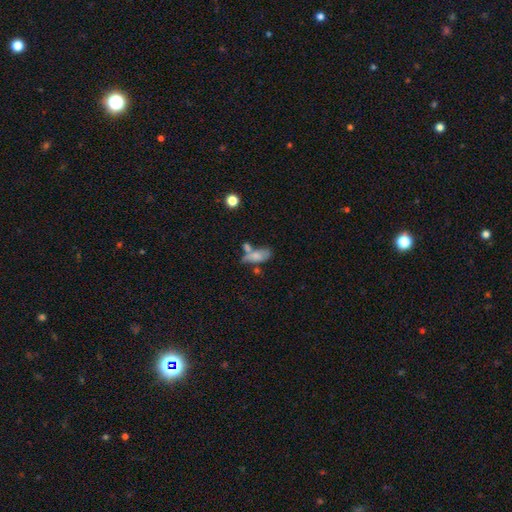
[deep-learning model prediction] A smooth galaxy with no disk features (66%) that is in between round and cigar-shaped (80%).

Vote fractions:
- Smooth or featured? smooth: 66% / featured or disk: 24% / star or artifact: 9%
- How rounded? in between: 80% / cigar-shaped: 16% / round: 5%
- Merging? merger: 35% / none: 33% / minor disturbance: 20% / major disturbance: 13%